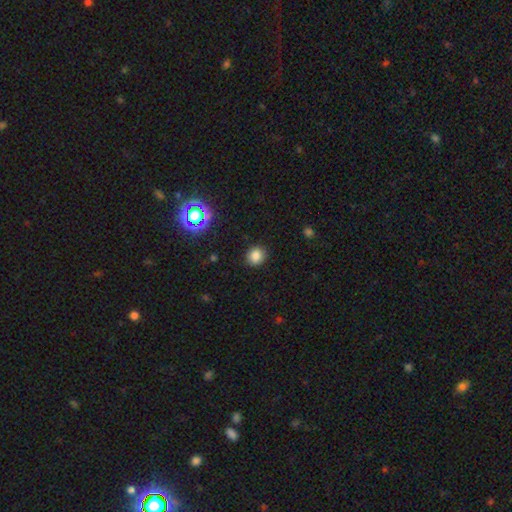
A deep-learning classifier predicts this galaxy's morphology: Overall: smooth (81%). How rounded: round (80%). Merging: none (88%).